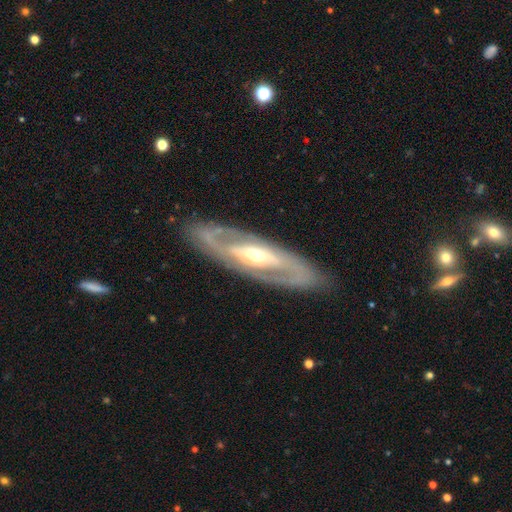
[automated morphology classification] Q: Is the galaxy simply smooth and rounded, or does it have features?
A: featured or disk — 84%.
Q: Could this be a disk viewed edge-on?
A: no — 84%.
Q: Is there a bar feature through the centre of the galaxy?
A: no — 40%.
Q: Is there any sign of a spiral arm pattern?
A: yes — 72%.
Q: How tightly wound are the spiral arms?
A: tight — 41%, tied with medium.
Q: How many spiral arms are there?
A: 2 — 80%.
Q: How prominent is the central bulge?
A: moderate — 56%.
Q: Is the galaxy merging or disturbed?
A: none — 85%.